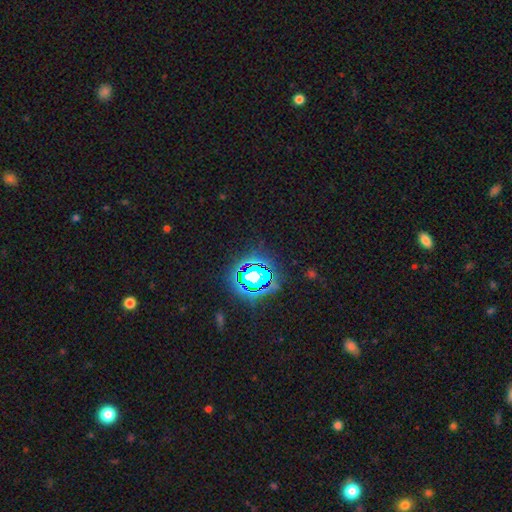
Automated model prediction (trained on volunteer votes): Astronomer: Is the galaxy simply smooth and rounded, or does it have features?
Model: star or artifact — 82%.